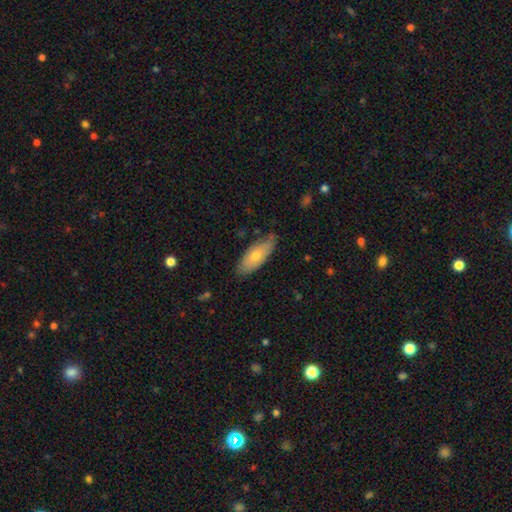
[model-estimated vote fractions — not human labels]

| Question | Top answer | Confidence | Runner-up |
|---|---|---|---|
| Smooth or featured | smooth | 63% | featured or disk (31%) |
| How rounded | in between | 72% | cigar-shaped (26%) |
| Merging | none | 73% | minor disturbance (22%) |